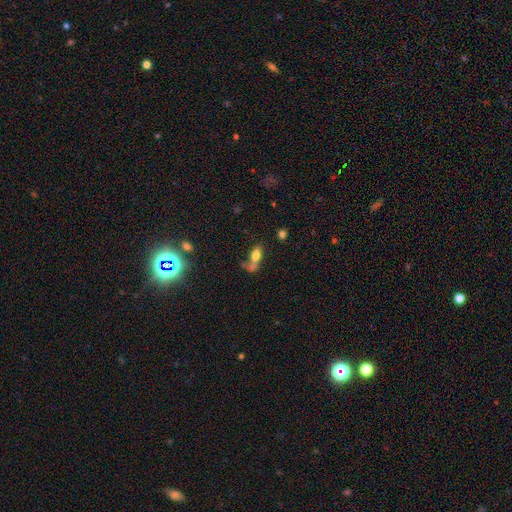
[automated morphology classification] The model was most divided on "merging": merger: 42%, none: 36%, minor disturbance: 13%, major disturbance: 9%. More confident: how rounded — in between (82%); smooth or featured — smooth (73%).